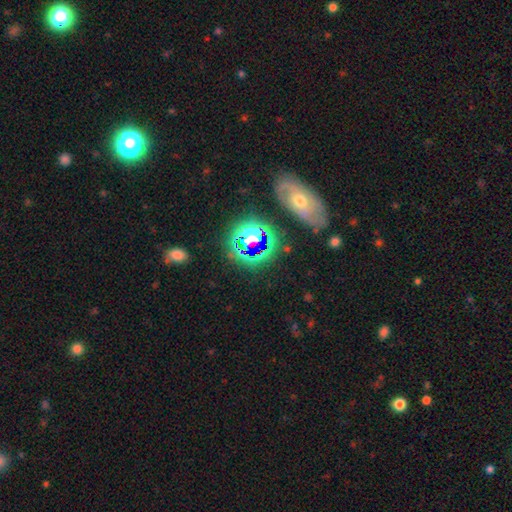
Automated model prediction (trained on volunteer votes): A star or artifact, not a galaxy (69%).

Vote fractions:
- Smooth or featured? star or artifact: 69% / smooth: 20% / featured or disk: 10%